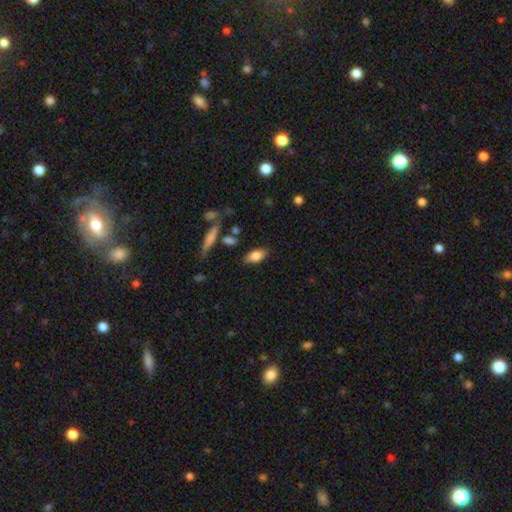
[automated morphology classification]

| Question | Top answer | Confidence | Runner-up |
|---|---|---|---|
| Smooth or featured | smooth | 83% | featured or disk (10%) |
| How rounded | in between | 88% | cigar-shaped (7%) |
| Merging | none | 82% | minor disturbance (12%) |